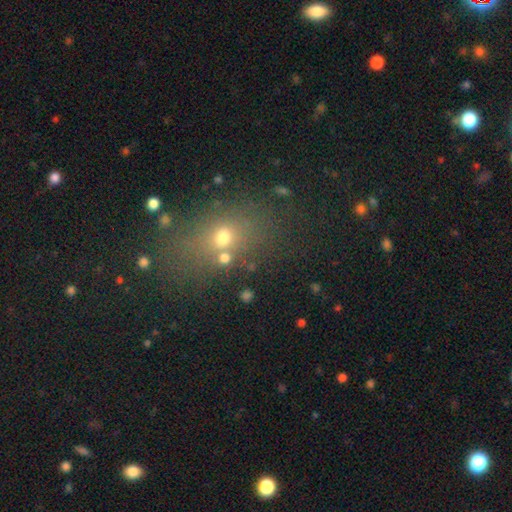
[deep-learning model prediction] Q: Smooth or featured?
A: smooth (50%); runner-up: star or artifact (37%)
Q: How rounded?
A: in between (54%); runner-up: round (42%)
Q: Merging?
A: none (76%); runner-up: minor disturbance (11%)